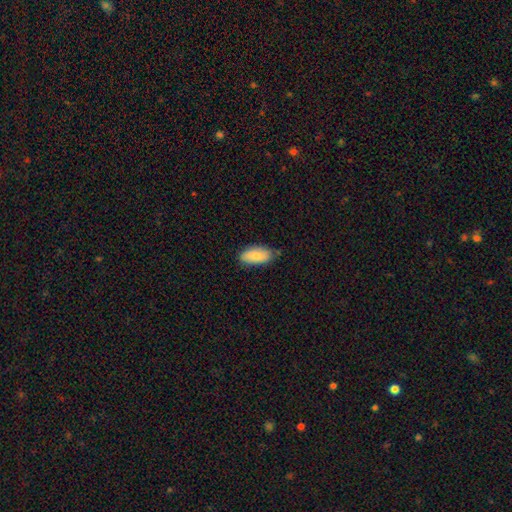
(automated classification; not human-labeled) The model was most divided on "merging": none: 72%, minor disturbance: 23%, major disturbance: 3%, merger: 2%. More confident: how rounded — in between (92%); smooth or featured — smooth (85%).